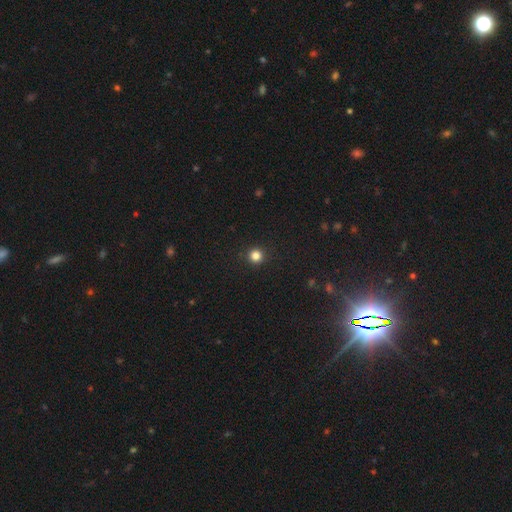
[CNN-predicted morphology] This is clearly a smooth galaxy (83%). How rounded: clearly round (95%). Merging: clearly none (93%).